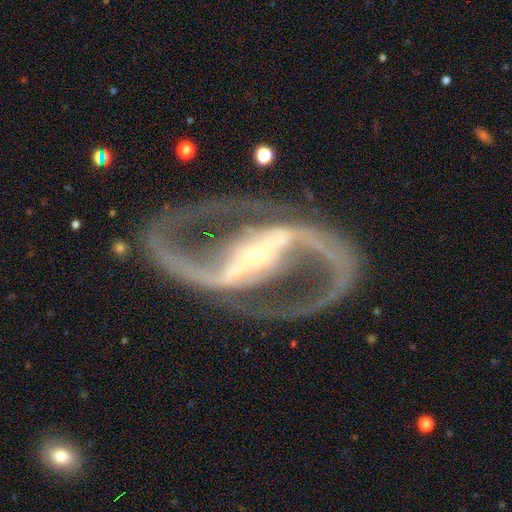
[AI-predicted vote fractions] A featured or disk galaxy (93%) with a strong bar (79%), 2 (94%) medium (59%) spiral arms (93%) and a small central bulge (70%). Merging: none (79%).